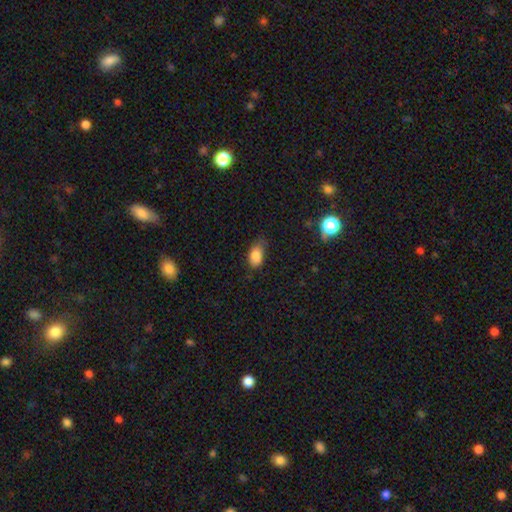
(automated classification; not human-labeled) This appears to be a smooth galaxy with no disk features (83%) that is in between round and cigar-shaped (90%). Merging: none (51%).